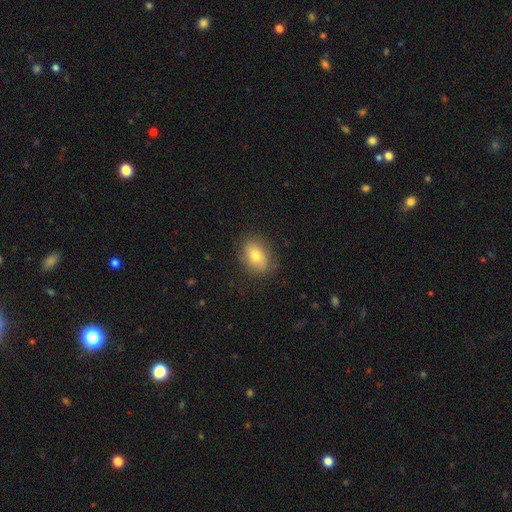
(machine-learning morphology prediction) A smooth galaxy with no disk features (74%) that is in between round and cigar-shaped (77%).

Vote fractions:
- Smooth or featured? smooth: 74% / featured or disk: 17% / star or artifact: 9%
- How rounded? in between: 77% / round: 22% / cigar-shaped: 2%
- Merging? none: 81% / minor disturbance: 14% / major disturbance: 4% / merger: 1%